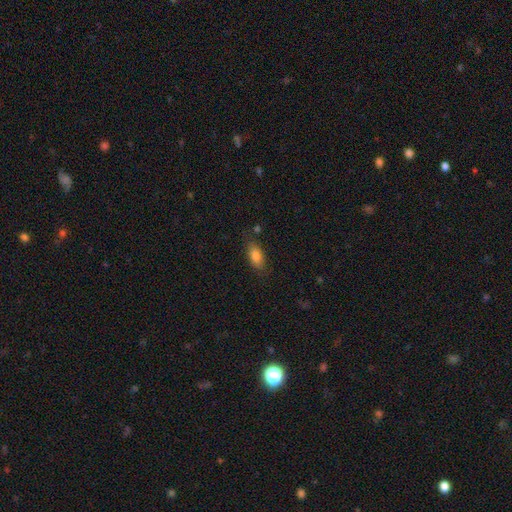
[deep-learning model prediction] Smooth or featured? smooth (81%)
How rounded? in between (84%)
Merging? none (76%)